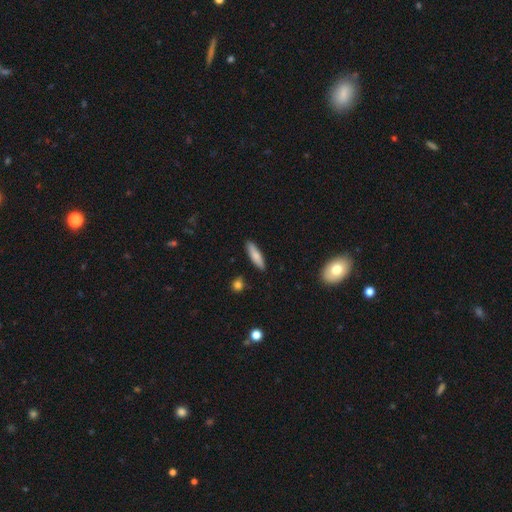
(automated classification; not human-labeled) This appears to be a smooth galaxy with no disk features (79%) that is cigar-shaped (69%). Merging: none (88%).